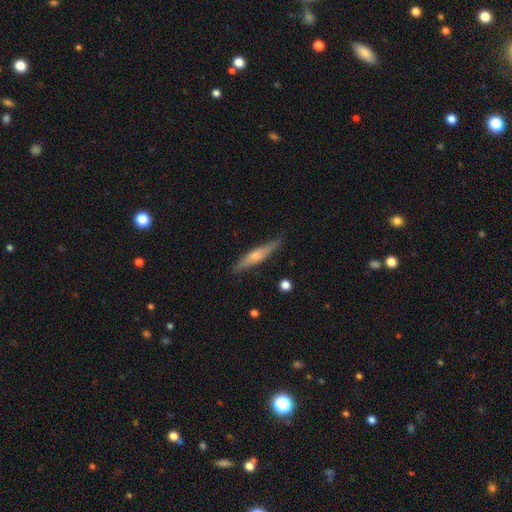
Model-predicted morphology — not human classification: This is possibly a featured or disk galaxy (57%). It is clearly viewed edge-on (94%). Edge-on bulge: likely rounded (79%). Merging: clearly none (81%).